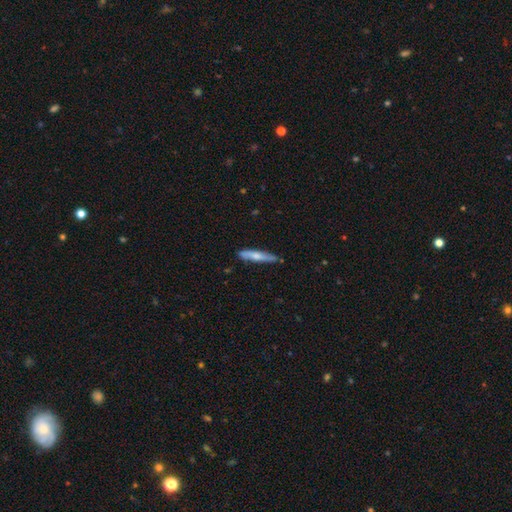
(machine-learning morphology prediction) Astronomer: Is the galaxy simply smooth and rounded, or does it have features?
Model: smooth — 61%.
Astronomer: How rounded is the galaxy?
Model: cigar-shaped — 89%.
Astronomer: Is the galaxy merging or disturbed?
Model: none — 77%.